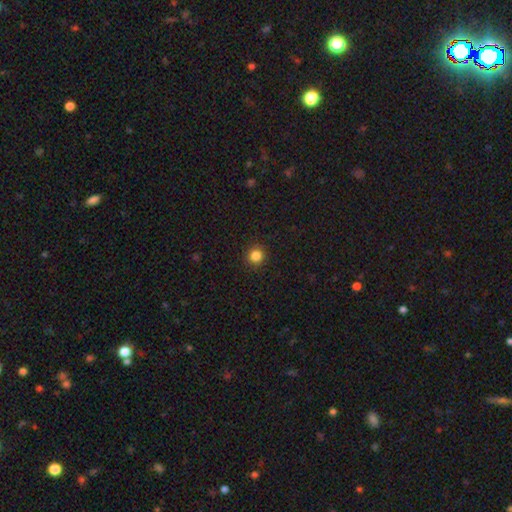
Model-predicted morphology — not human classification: Smooth or featured? Predicted: smooth (p=0.85). How rounded? Predicted: round (p=0.92). Merging? Predicted: none (p=0.91).